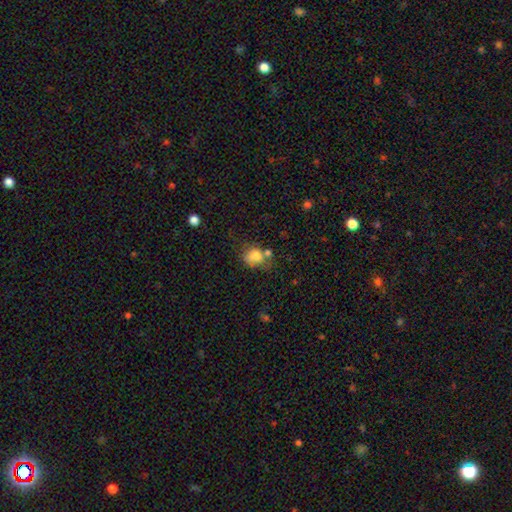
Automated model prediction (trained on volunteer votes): Smooth or featured?
  - smooth: 77% *
  - featured or disk: 12%
  - star or artifact: 11%
How rounded?
  - round: 56% *
  - in between: 43%
  - cigar-shaped: 1%
Merging?
  - none: 41% *
  - minor disturbance: 25%
  - merger: 21%
  - major disturbance: 13%